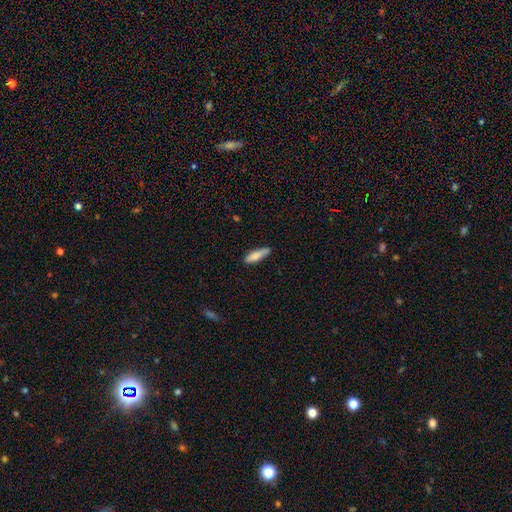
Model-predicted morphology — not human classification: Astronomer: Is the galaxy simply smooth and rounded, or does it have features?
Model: smooth — 81%.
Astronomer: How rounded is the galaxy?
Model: cigar-shaped — 62%.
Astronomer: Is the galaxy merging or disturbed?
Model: none — 76%.